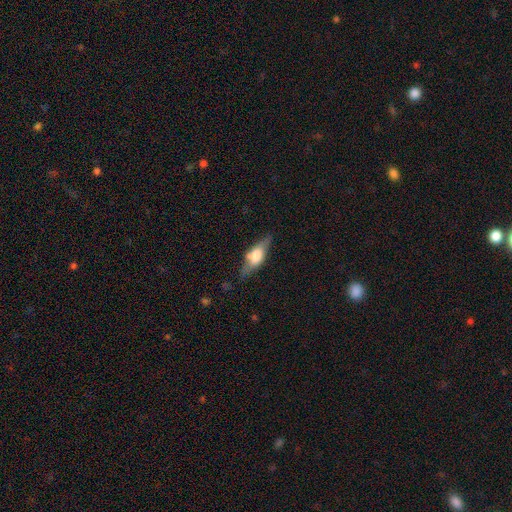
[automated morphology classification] smooth-or-featured: featured or disk: 50% | smooth: 43% | star or artifact: 7%
  disk-edge-on: yes: 87% | no: 13%
  merging: none: 71% | minor disturbance: 21% | major disturbance: 6% | merger: 2%